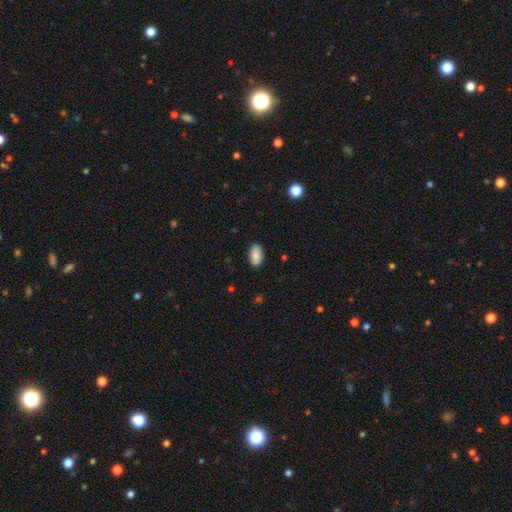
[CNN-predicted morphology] A smooth galaxy with no disk features (84%) that is in between round and cigar-shaped (94%).

Vote fractions:
- Smooth or featured? smooth: 84% / featured or disk: 9% / star or artifact: 7%
- How rounded? in between: 94% / round: 4% / cigar-shaped: 3%
- Merging? none: 84% / minor disturbance: 13% / major disturbance: 2% / merger: 1%